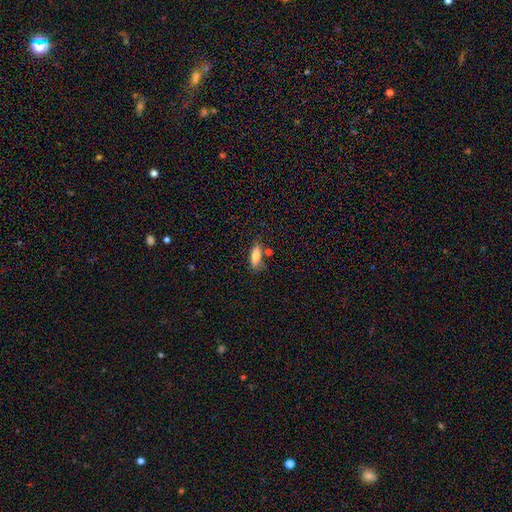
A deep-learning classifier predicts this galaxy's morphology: Smooth or featured? Predicted: smooth (p=0.78). How rounded? Predicted: in between (p=0.69). Merging? Predicted: none (p=0.68).